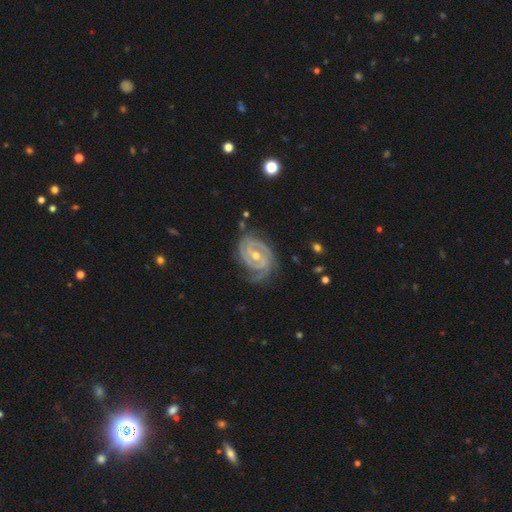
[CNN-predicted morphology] Smooth or featured? featured or disk (90%)
Edge-on disk? no (97%)
Bar? no (45%)
Spiral arms? yes (98%)
Spiral winding? tight (73%)
Spiral arm count? 2 (63%)
Bulge size? moderate (54%)
Merging? none (69%)